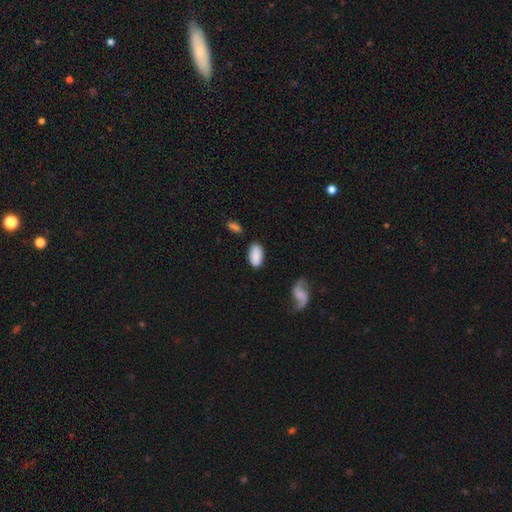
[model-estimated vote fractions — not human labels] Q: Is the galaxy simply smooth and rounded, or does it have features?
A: smooth — 84%.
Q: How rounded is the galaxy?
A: in between — 94%.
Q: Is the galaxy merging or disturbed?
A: none — 74%.